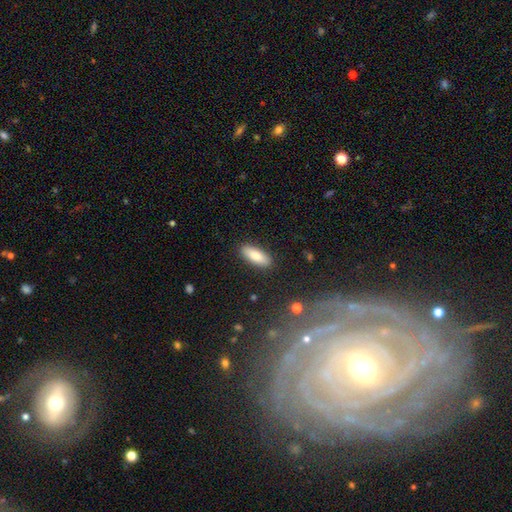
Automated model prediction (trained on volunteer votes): A smooth galaxy with no disk features (82%) that is in between round and cigar-shaped (68%).

Vote fractions:
- Smooth or featured? smooth: 82% / featured or disk: 11% / star or artifact: 6%
- How rounded? in between: 68% / cigar-shaped: 30% / round: 2%
- Merging? none: 88% / minor disturbance: 8% / major disturbance: 2% / merger: 1%